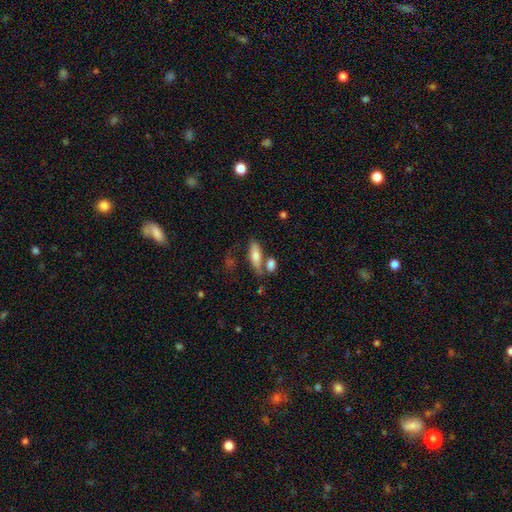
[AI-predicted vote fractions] Morphology: type=smooth (68%); roundness=in between (56%); merging=none (50%).